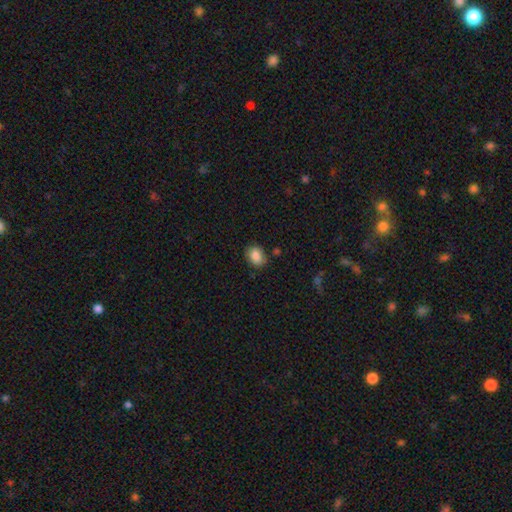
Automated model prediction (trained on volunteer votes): smooth 87%, star or artifact 8%, featured or disk 5%. Down the decision tree: how rounded — in between (63%); merging — none (78%).